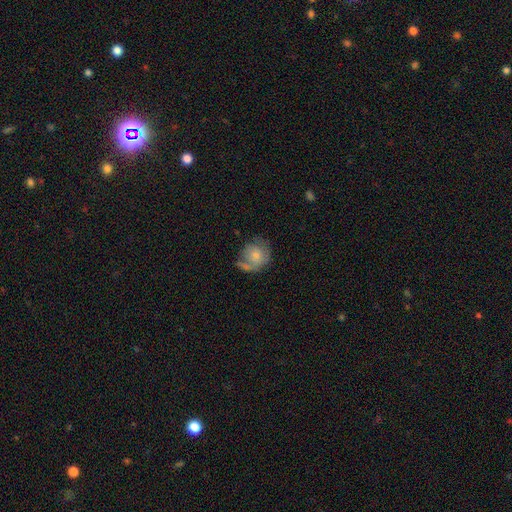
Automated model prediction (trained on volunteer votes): A smooth galaxy with no disk features (59%) that is round (72%). Merging: none (40%).